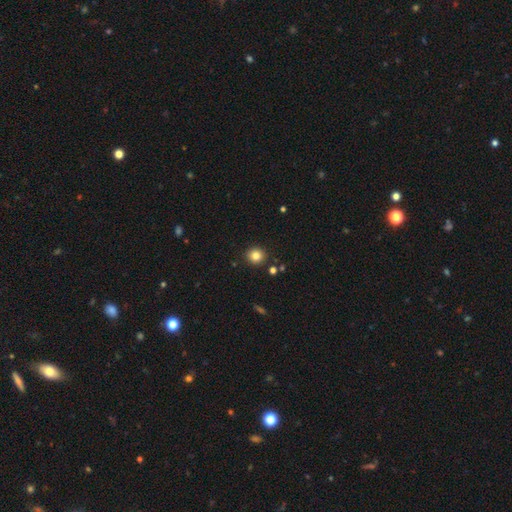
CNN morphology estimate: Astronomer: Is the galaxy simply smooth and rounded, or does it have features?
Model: smooth — 82%.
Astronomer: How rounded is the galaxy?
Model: round — 90%.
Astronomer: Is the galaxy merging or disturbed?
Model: none — 90%.